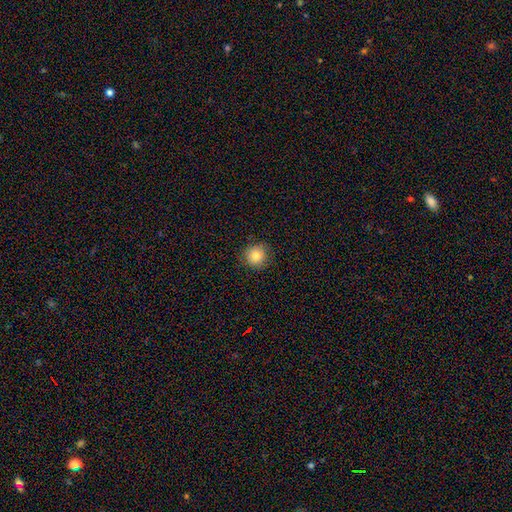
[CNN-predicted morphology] Overall: smooth (82%). How rounded: round (93%). Merging: none (87%).